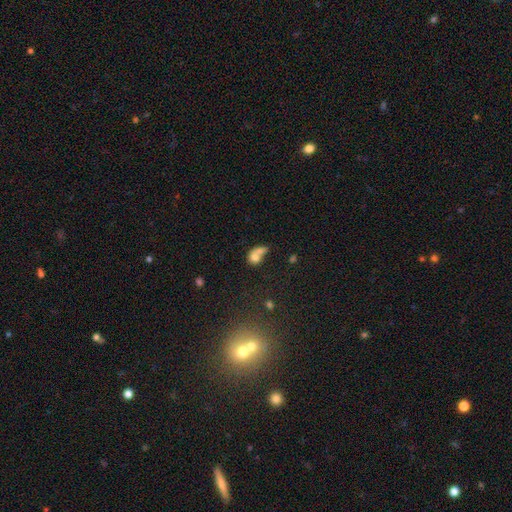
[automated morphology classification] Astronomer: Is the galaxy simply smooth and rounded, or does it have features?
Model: smooth — 70%.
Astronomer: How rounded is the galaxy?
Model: in between — 49% (runner-up: round, 48%).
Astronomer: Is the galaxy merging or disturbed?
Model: merger — 60%.